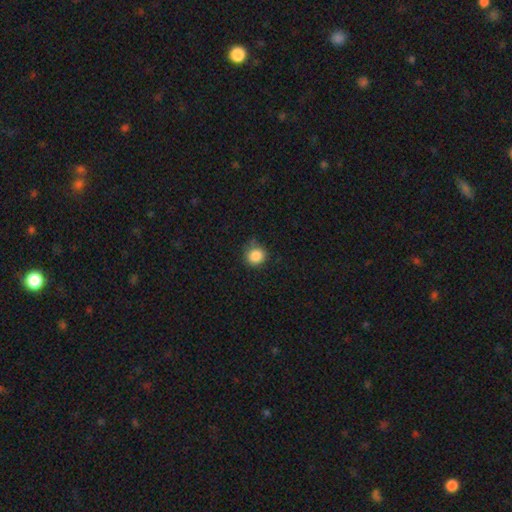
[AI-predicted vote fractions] smooth 86%, star or artifact 10%, featured or disk 4%. Down the decision tree: how rounded — round (88%); merging — none (65%).